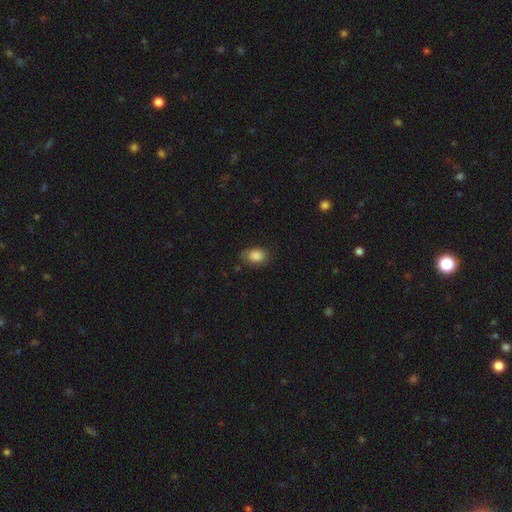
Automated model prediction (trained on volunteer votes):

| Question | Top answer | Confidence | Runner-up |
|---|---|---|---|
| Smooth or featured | smooth | 87% | star or artifact (8%) |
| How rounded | in between | 80% | round (19%) |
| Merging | none | 75% | minor disturbance (20%) |